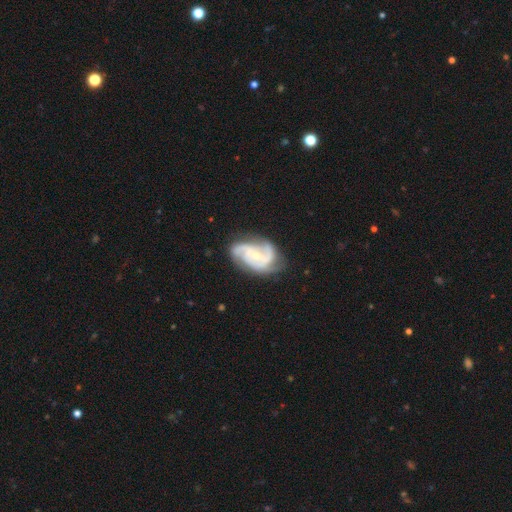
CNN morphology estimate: Q: Smooth or featured?
A: featured or disk (88%); runner-up: smooth (7%)
Q: Edge-on disk?
A: no (98%); runner-up: yes (2%)
Q: Bar?
A: no (48%); runner-up: weak (39%)
Q: Spiral arms?
A: yes (98%); runner-up: no (2%)
Q: Spiral winding?
A: medium (51%); runner-up: tight (34%)
Q: Spiral arm count?
A: 3 (53%); runner-up: 2 (26%)
Q: Bulge size?
A: small (65%); runner-up: moderate (30%)
Q: Merging?
A: none (64%); runner-up: minor disturbance (23%)